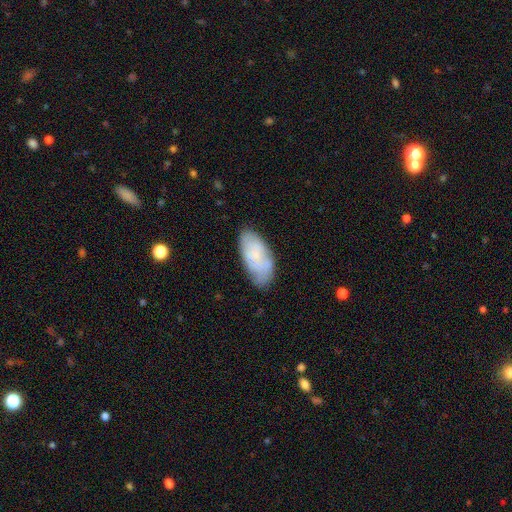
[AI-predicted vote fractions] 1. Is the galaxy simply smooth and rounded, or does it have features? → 62% smooth, 31% featured or disk, 7% star or artifact.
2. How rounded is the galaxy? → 92% in between, 6% cigar-shaped, 2% round.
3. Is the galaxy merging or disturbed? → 65% none, 25% minor disturbance, 6% major disturbance, 4% merger.